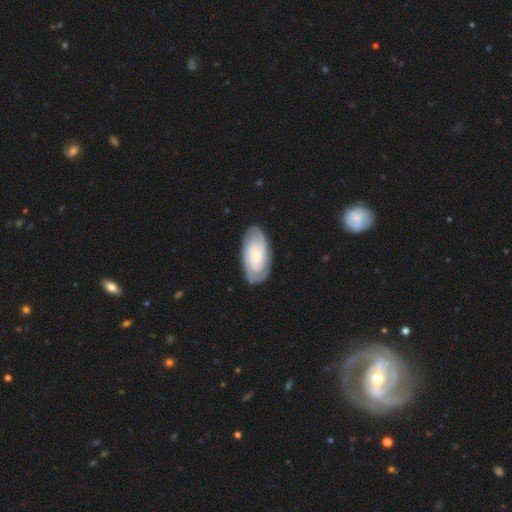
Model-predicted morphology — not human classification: This appears to be a featured or disk galaxy (66%) with no bar (71%), tight (68%) spiral arms (91%) and a small central bulge (69%). Merging: none (82%).